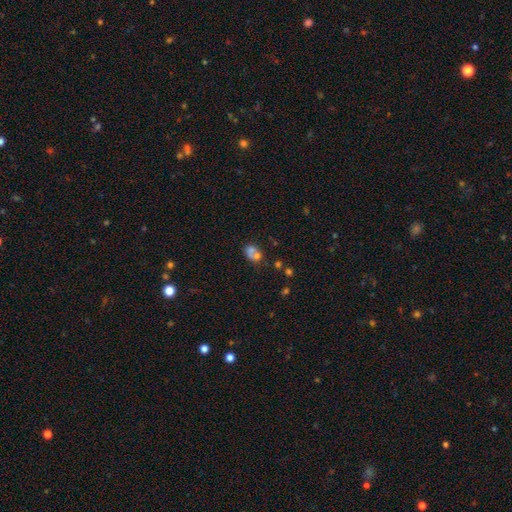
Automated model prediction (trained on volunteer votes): This appears to be a smooth galaxy with no disk features (60%) that is in between round and cigar-shaped (55%). Merging: merger (52%).